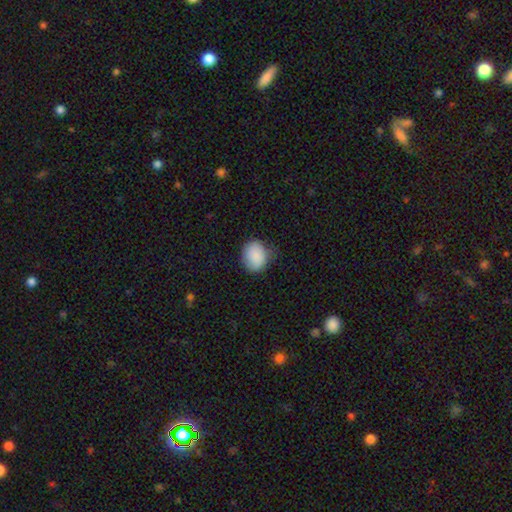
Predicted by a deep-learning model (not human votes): This is clearly a smooth galaxy (88%). How rounded: possibly round (58%). Merging: likely none (70%).